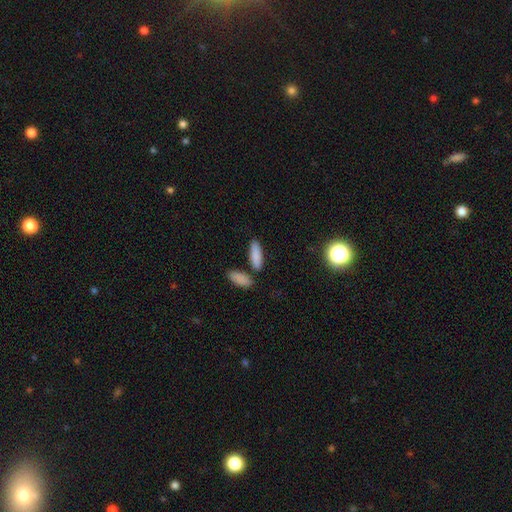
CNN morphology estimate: This appears to be a smooth galaxy with no disk features (87%) that is in between round and cigar-shaped (55%). Merging: none (76%).